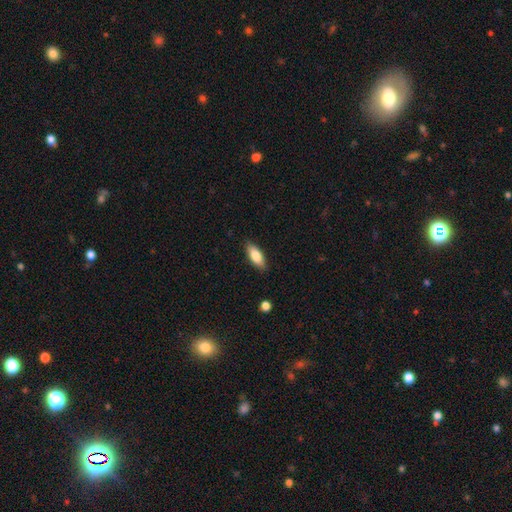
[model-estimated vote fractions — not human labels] Overall: smooth (81%). How rounded: in between (75%). Merging: none (86%).